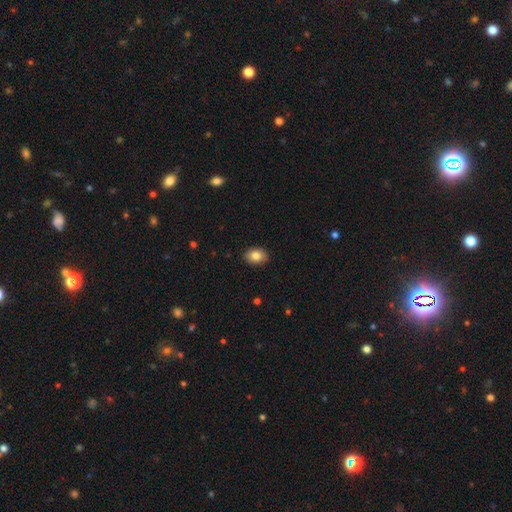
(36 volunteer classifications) This appears to be a smooth galaxy with no disk features (89%) that is in between round and cigar-shaped (66%). Merging: none (94%).